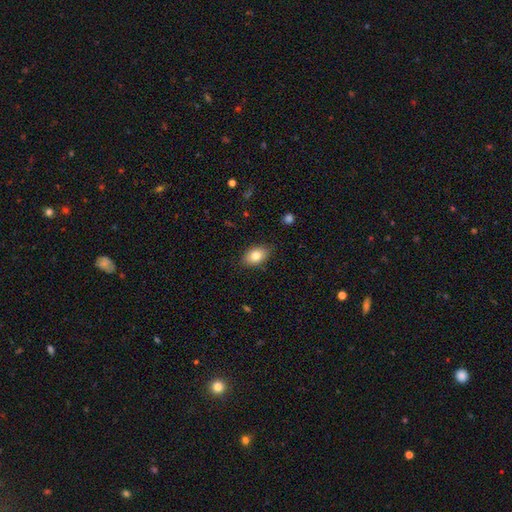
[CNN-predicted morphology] Smooth or featured? smooth (80%)
How rounded? in between (85%)
Merging? none (84%)